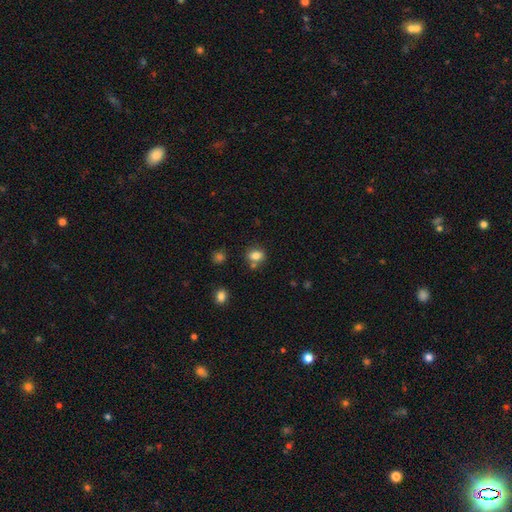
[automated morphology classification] Smooth or featured: smooth — 81% (star or artifact — 11%)
How rounded: in between — 52% (round — 47%)
Merging: none — 69% (merger — 15%)